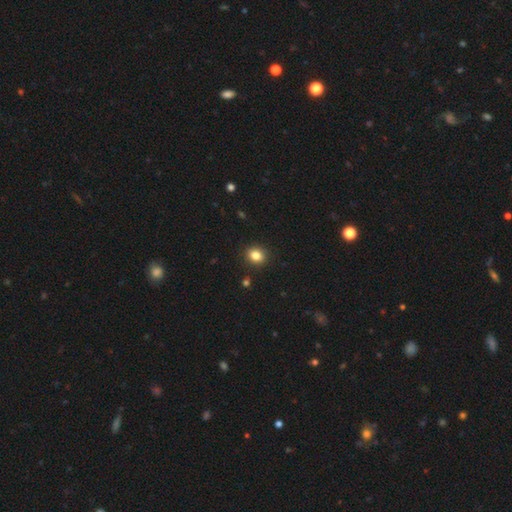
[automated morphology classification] smooth_or_featured: smooth (p=0.84) [alt: star or artifact p=0.11]
how_rounded: round (p=0.69) [alt: in between p=0.30]
merging: none (p=0.91) [alt: minor disturbance p=0.06]